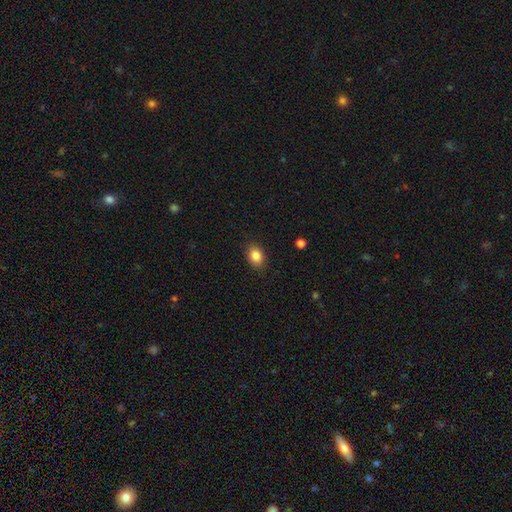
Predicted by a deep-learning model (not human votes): Morphology: type=smooth (85%); roundness=in between (72%); merging=none (88%).